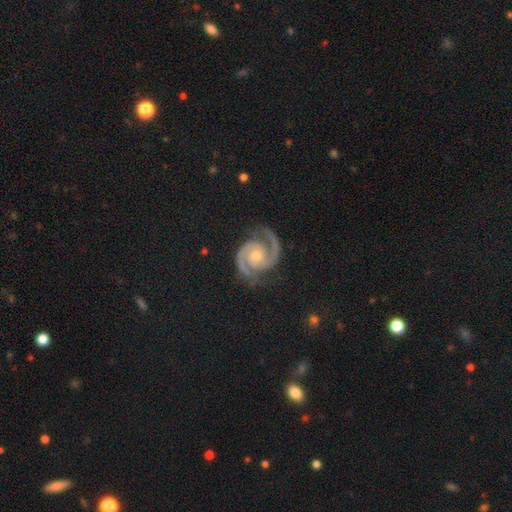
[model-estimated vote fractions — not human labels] This is clearly a featured or disk galaxy (93%). It is clearly not viewed edge-on (98%). Bar: likely no (69%). Spiral arm pattern: clearly yes (99%). Spiral arm count: clearly 2 (94%). Spiral winding: possibly tight (49%). Central bulge: possibly moderate (59%). Merging: clearly none (82%).